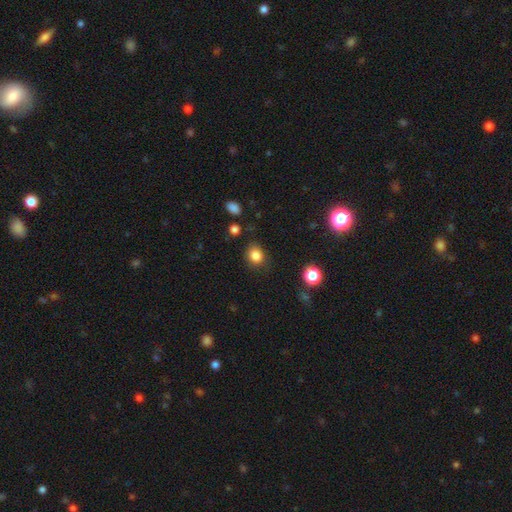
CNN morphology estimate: A smooth galaxy with no disk features (84%) that is round (61%).

Vote fractions:
- Smooth or featured? smooth: 84% / star or artifact: 11% / featured or disk: 5%
- How rounded? round: 61% / in between: 38% / cigar-shaped: 1%
- Merging? none: 79% / minor disturbance: 14% / major disturbance: 4% / merger: 2%